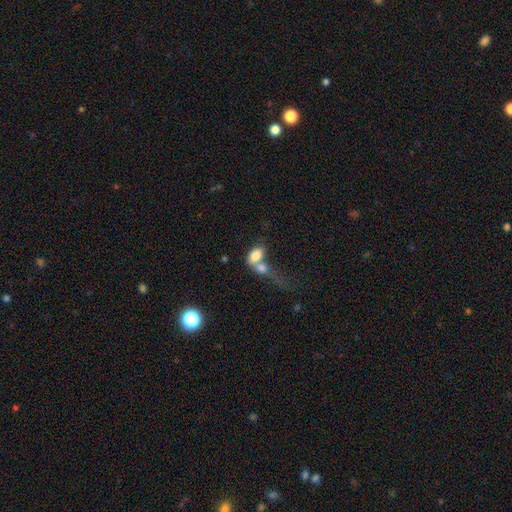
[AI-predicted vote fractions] Q: Smooth or featured?
A: smooth (78%); runner-up: featured or disk (14%)
Q: How rounded?
A: in between (85%); runner-up: round (12%)
Q: Merging?
A: merger (68%); runner-up: none (16%)